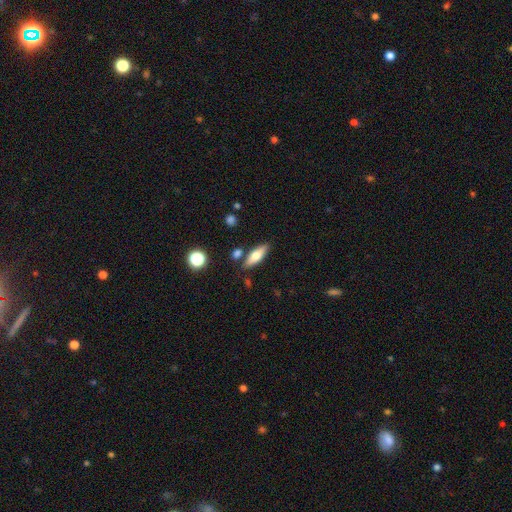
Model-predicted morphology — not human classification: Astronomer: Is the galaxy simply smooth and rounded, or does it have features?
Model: smooth — 65%.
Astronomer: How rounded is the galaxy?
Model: in between — 57% (runner-up: cigar-shaped, 40%).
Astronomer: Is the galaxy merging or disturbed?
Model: none — 80%.